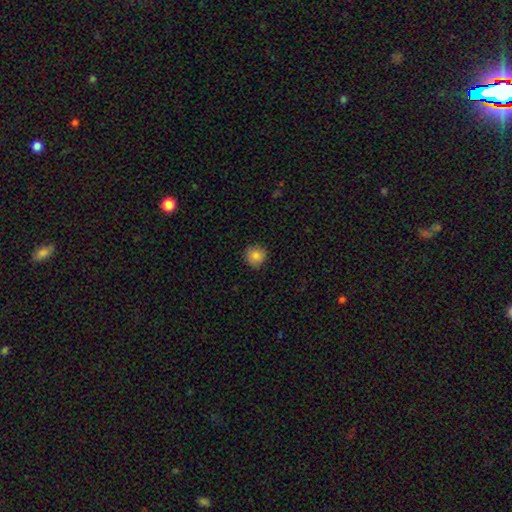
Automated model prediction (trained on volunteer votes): Smooth or featured? smooth (84%)
How rounded? round (93%)
Merging? none (89%)